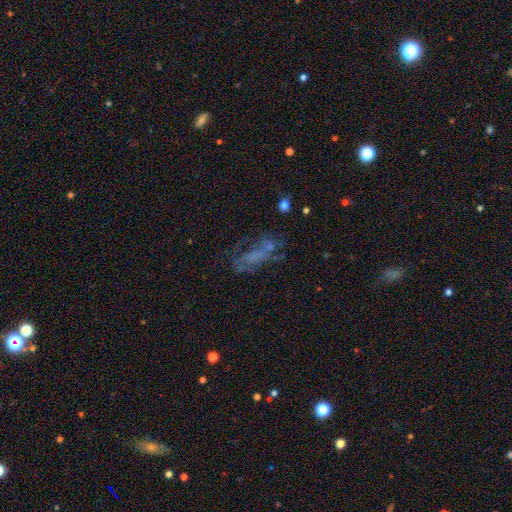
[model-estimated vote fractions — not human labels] Overall: featured or disk (44%; smooth 33%). Merging: none (42%; major disturbance 30%).